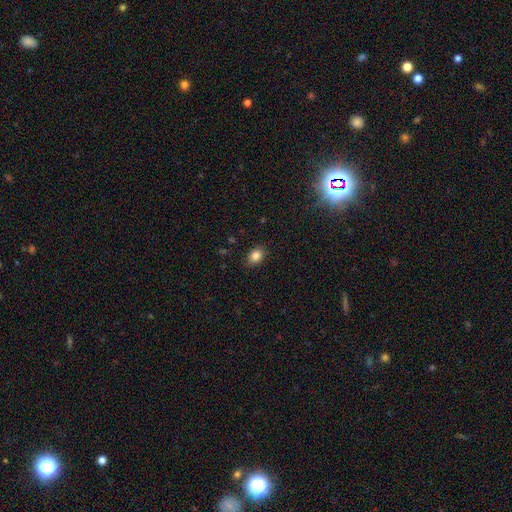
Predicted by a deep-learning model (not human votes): A smooth galaxy with no disk features (85%) that is in between round and cigar-shaped (69%). Merging: none (85%).